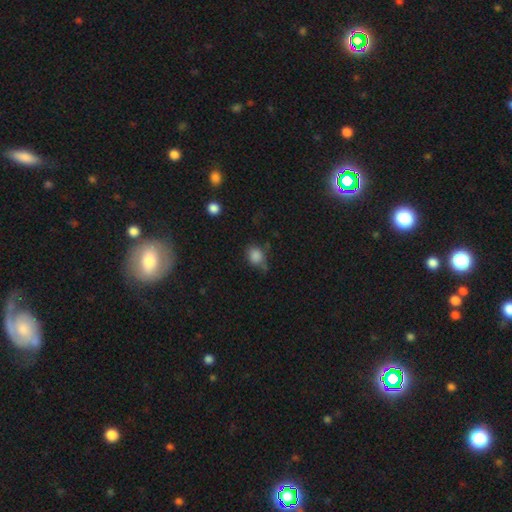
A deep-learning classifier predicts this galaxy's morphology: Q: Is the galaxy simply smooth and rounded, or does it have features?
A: smooth — 84%.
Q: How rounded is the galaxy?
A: round — 60%.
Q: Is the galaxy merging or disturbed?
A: none — 55%.